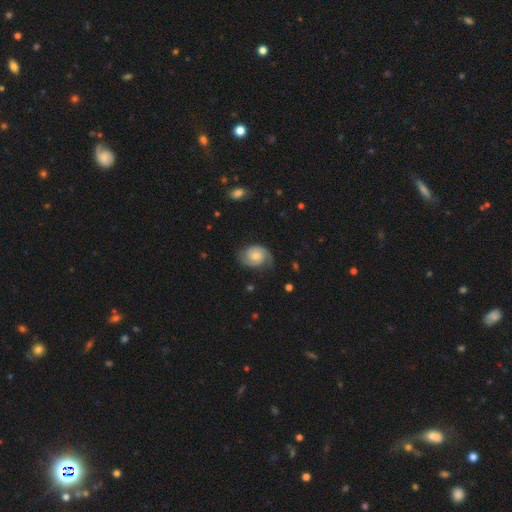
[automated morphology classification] Smooth or featured? Predicted: featured or disk (p=0.80). Edge-on disk? Predicted: no (p=0.98). Bar? Predicted: no (p=0.67). Spiral arms? Predicted: yes (p=0.97). Spiral winding? Predicted: tight (p=0.50). Spiral arm count? Predicted: 2 (p=0.87). Bulge size? Predicted: moderate (p=0.47). Merging? Predicted: none (p=0.75).